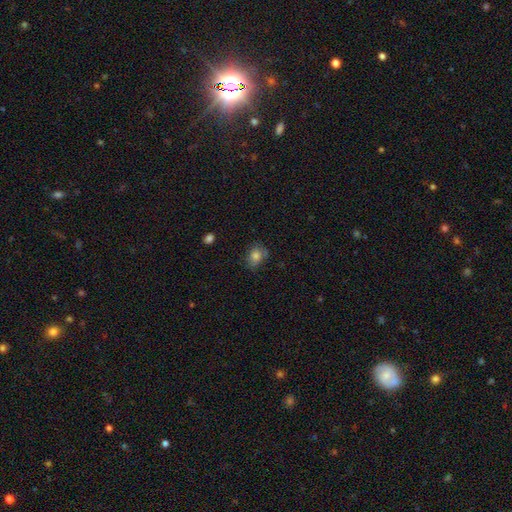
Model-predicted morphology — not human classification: smooth_or_featured: smooth (p=0.79) [alt: star or artifact p=0.10]
how_rounded: in between (p=0.56) [alt: round p=0.43]
merging: none (p=0.67) [alt: minor disturbance p=0.24]